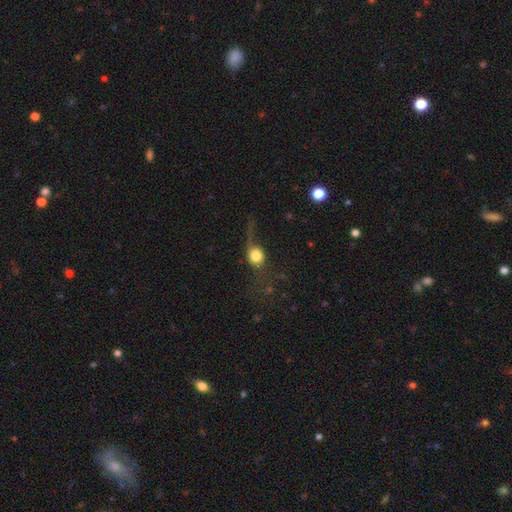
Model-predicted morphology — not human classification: smooth_or_featured: smooth (p=0.64) [alt: featured or disk p=0.25]
how_rounded: round (p=0.75) [alt: in between p=0.22]
merging: major disturbance (p=0.38) [alt: none p=0.37]